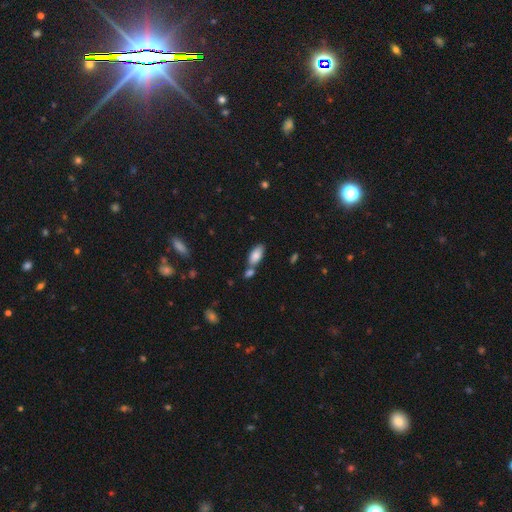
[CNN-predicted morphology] A smooth galaxy with no disk features (84%) that is in between round and cigar-shaped (90%). Merging: none (54%).